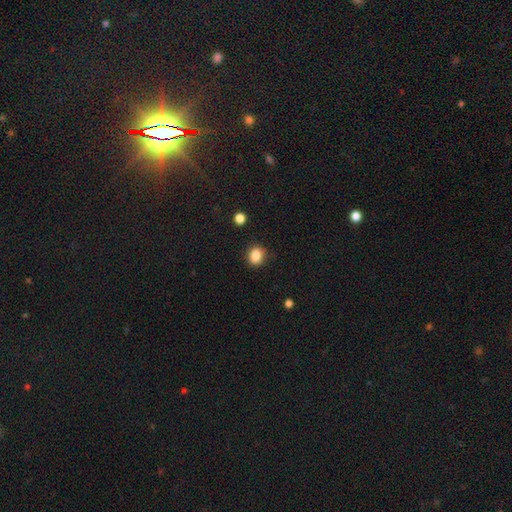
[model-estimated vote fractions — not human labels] Morphology: type=smooth (85%); roundness=round (59%); merging=none (87%).